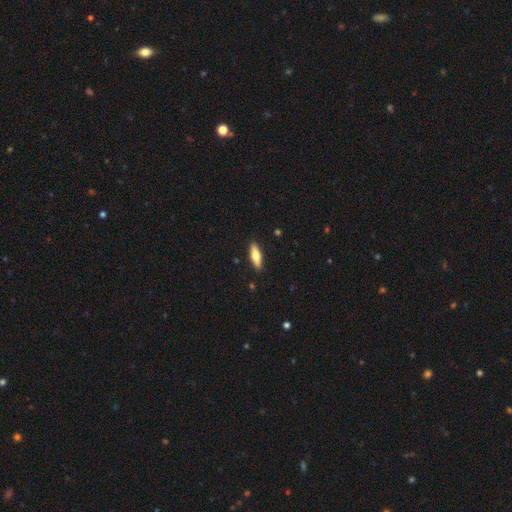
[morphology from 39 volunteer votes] Overall: smooth (62%; featured or disk 36%). How rounded: cigar-shaped (54%; in between 46%). Merging: none (92%).